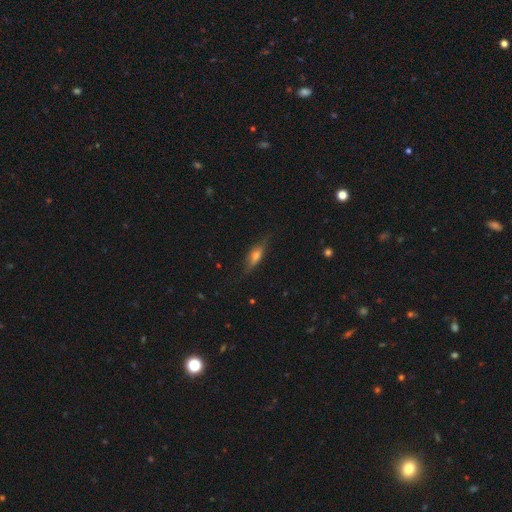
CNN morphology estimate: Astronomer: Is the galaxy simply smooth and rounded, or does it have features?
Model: featured or disk — 50% (runner-up: smooth, 42%).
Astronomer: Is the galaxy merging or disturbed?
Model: none — 79%.